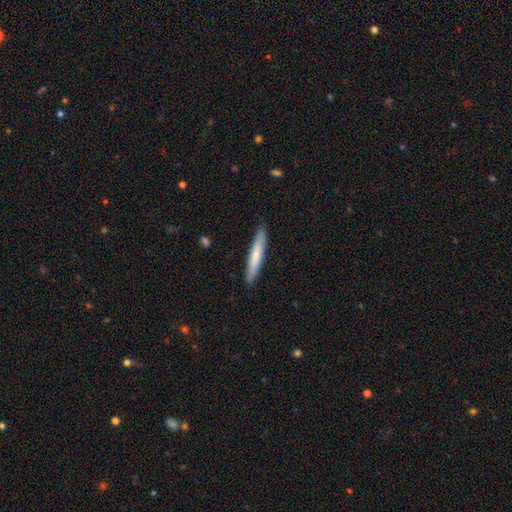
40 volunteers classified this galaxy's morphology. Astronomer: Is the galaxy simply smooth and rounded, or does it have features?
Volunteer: smooth — 78%.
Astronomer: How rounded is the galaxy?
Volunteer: cigar-shaped — 97%.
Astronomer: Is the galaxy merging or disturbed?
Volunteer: none — 92%.